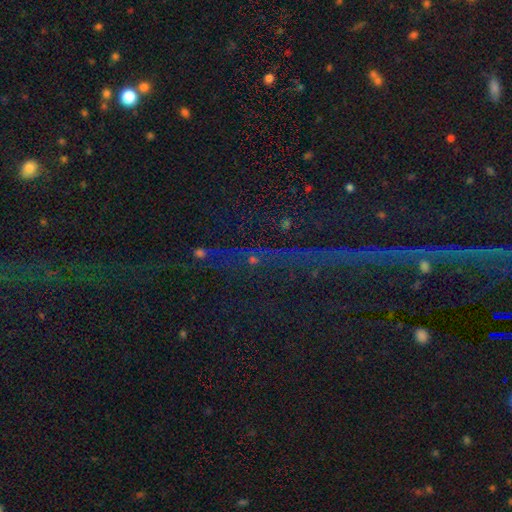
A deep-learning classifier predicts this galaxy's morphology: Smooth or featured? star or artifact (85%)